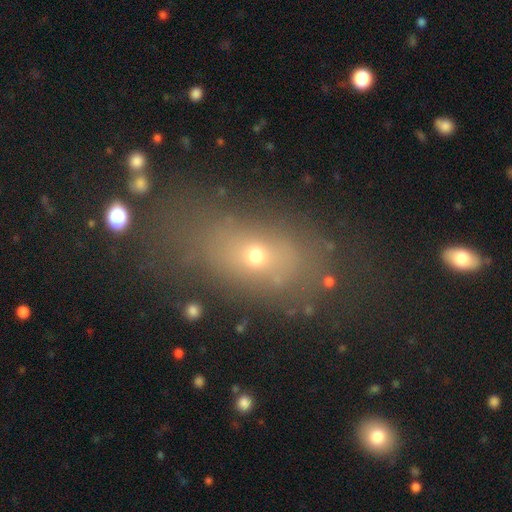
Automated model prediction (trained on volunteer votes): This appears to be a smooth galaxy with no disk features (59%) that is in between round and cigar-shaped (71%). Merging: none (68%).